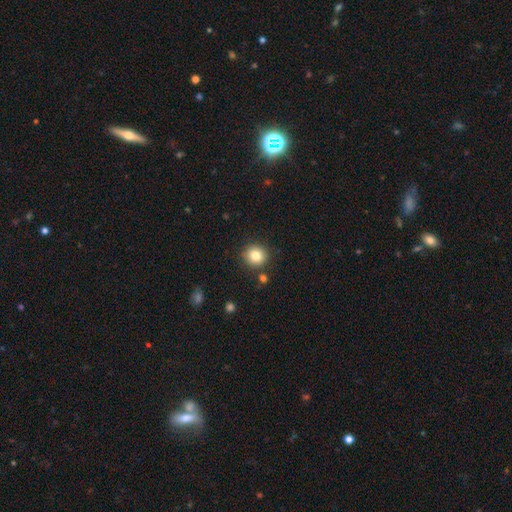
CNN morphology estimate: A smooth galaxy with no disk features (82%) that is round (90%).

Vote fractions:
- Smooth or featured? smooth: 82% / star or artifact: 10% / featured or disk: 7%
- How rounded? round: 90% / in between: 9% / cigar-shaped: 1%
- Merging? none: 87% / minor disturbance: 7% / merger: 4% / major disturbance: 2%